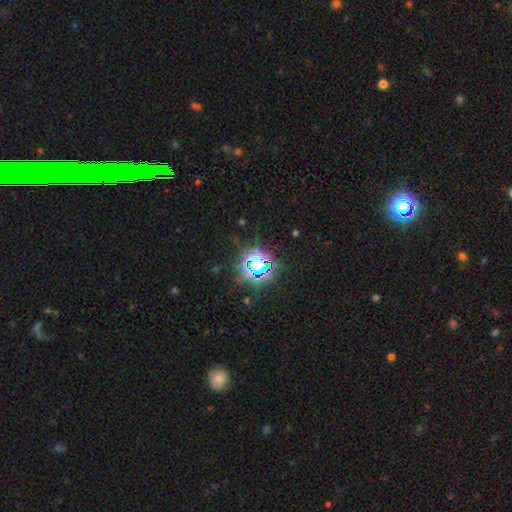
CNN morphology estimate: A star or artifact, not a galaxy (78%).

Vote fractions:
- Smooth or featured? star or artifact: 78% / smooth: 14% / featured or disk: 8%